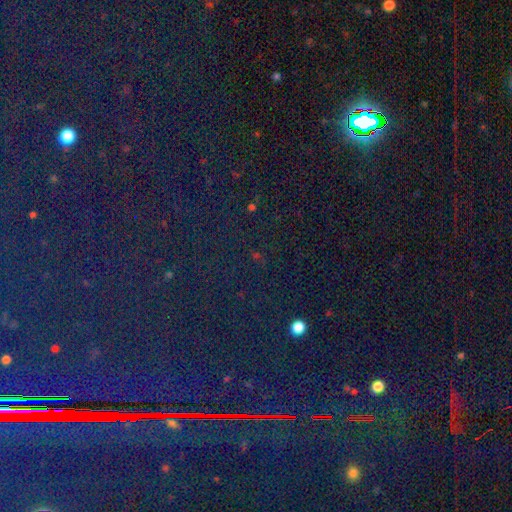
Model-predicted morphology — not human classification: This is clearly a star or artifact rather than a galaxy (84%).